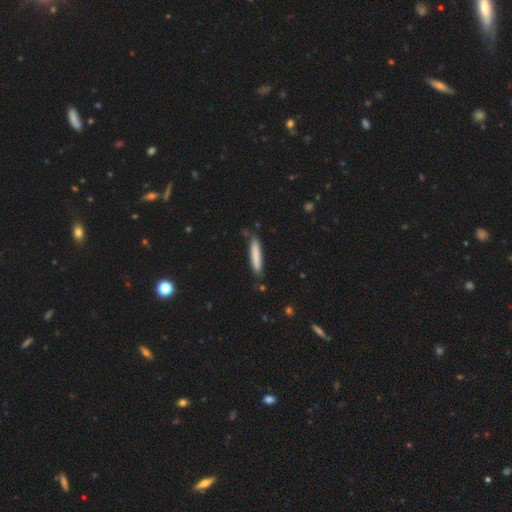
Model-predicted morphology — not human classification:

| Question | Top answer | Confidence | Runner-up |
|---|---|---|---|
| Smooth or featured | smooth | 82% | featured or disk (13%) |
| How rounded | cigar-shaped | 91% | in between (8%) |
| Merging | none | 80% | minor disturbance (15%) |